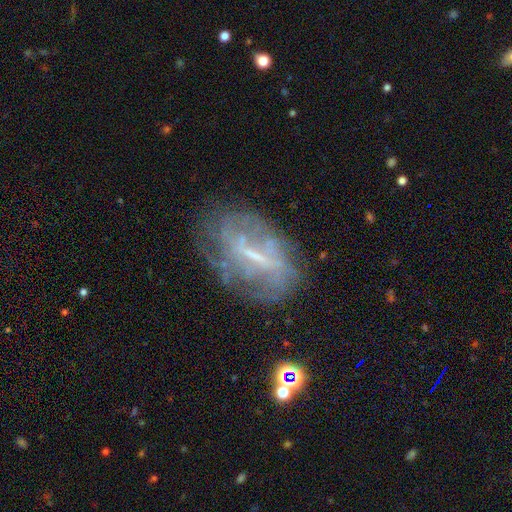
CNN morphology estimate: This is likely a featured or disk galaxy (71%). It is clearly not viewed edge-on (93%). Bar: marginally weak (44%). Spiral arm pattern: possibly yes (55%). Central bulge: possibly small (48%). Merging: possibly none (59%).